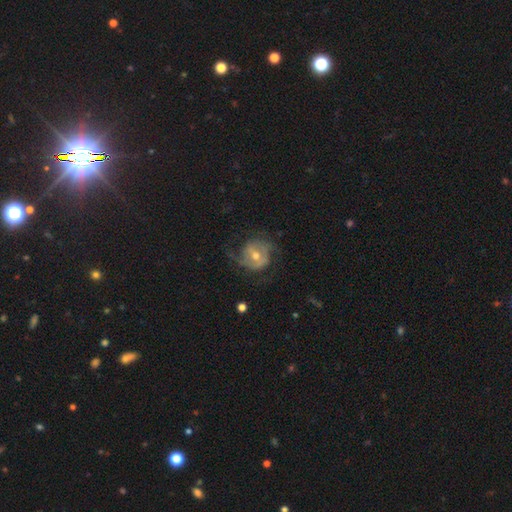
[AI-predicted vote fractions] The model was most divided on "bar": weak: 43%, no: 40%, strong: 17%. Remaining: edge-on disk — no (97%); spiral arms — yes (78%); bulge size — moderate (70%); smooth or featured — featured or disk (66%); spiral arm count — 2 (61%); merging — none (56%); spiral winding — medium (42%).